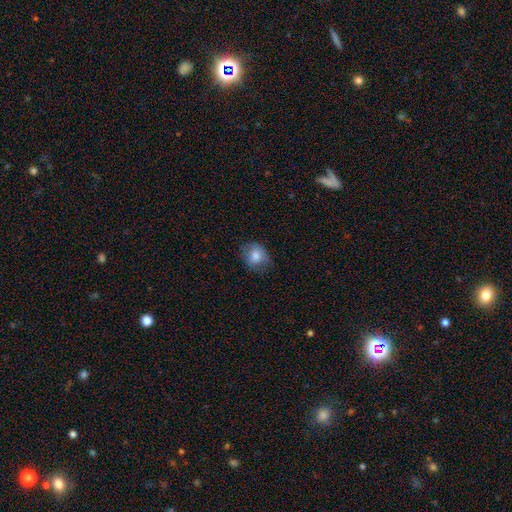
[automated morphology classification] type=smooth (80%); roundness=round (55%); merging=none (69%).